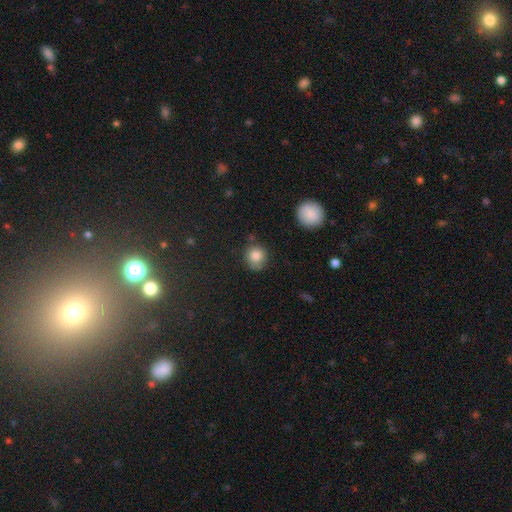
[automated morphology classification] Smooth or featured?
  - smooth: 83% *
  - star or artifact: 10%
  - featured or disk: 7%
How rounded?
  - round: 88% *
  - in between: 11%
  - cigar-shaped: 1%
Merging?
  - none: 76% *
  - minor disturbance: 15%
  - merger: 4%
  - major disturbance: 4%